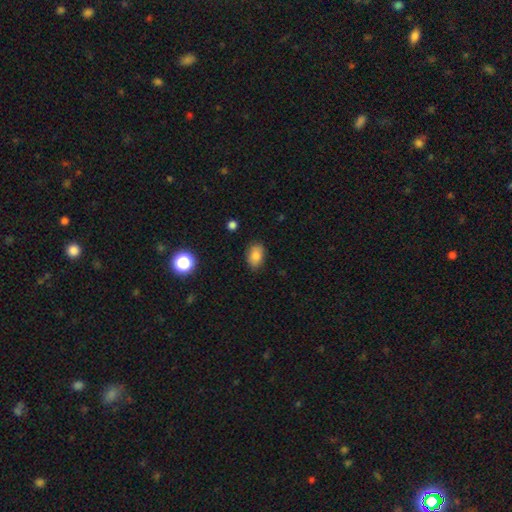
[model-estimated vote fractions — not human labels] Morphology: type=smooth (83%); roundness=in between (83%); merging=none (83%).